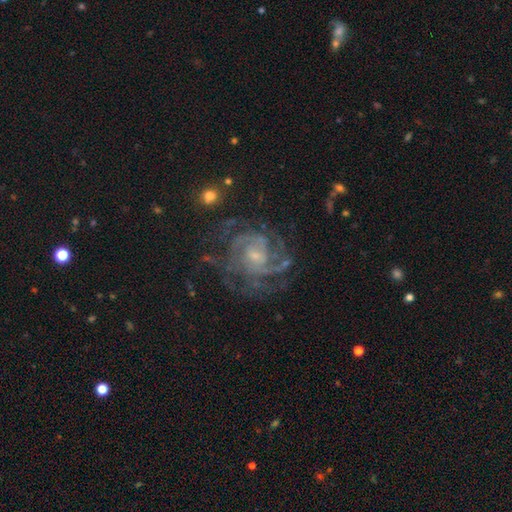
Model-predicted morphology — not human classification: A featured or disk galaxy (85%) with no bar (57%), tight (52%) spiral arms (94%) and a small central bulge (65%). Merging: none (66%).